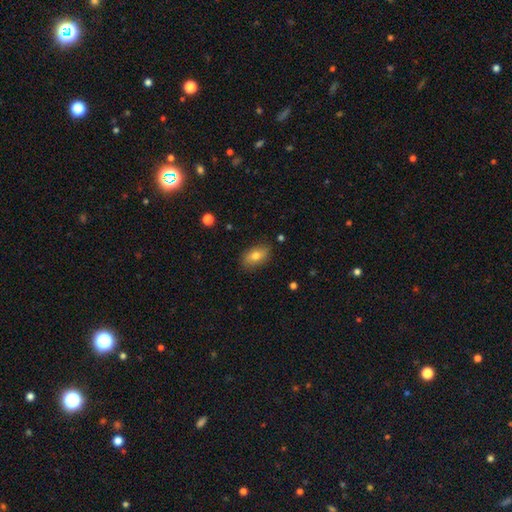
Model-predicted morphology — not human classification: A smooth galaxy with no disk features (73%) that is in between round and cigar-shaped (88%). Merging: none (84%).